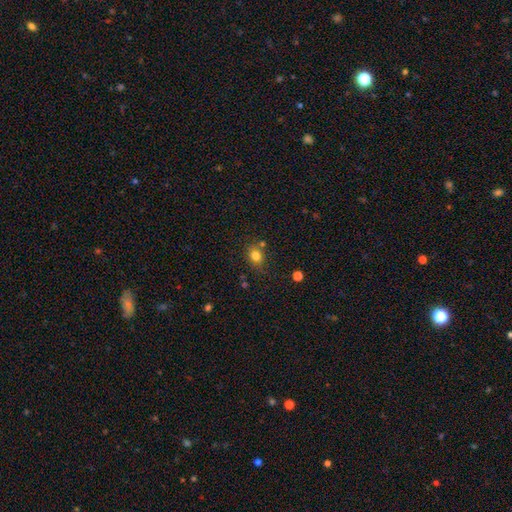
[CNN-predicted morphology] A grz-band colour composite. It shows a smooth galaxy with no disk features (81%) that is round (56%). Merging: none (72%).